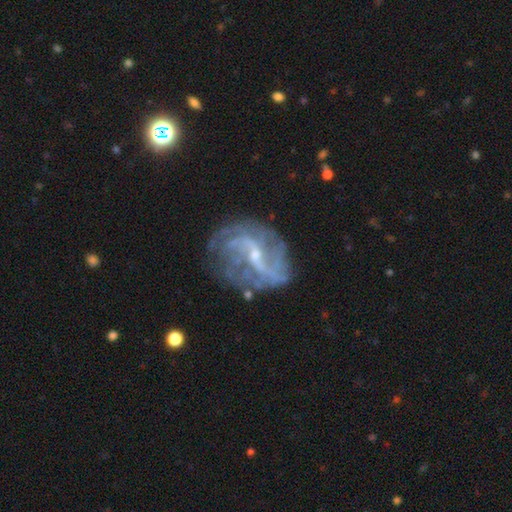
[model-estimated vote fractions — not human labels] Morphology: type=featured or disk (85%); edge-on=no (97%); bar=weak (50%); spiral arms=yes (92%); winding=loose (42%); arm count=2 (43%); bulge=small (74%); merging=none (67%).